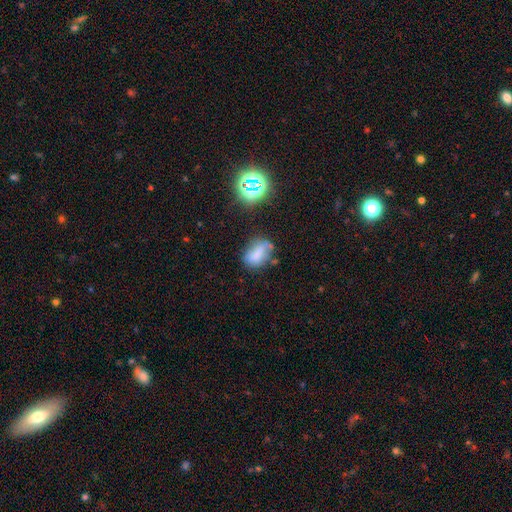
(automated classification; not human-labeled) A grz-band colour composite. It shows a smooth galaxy with no disk features (67%) that is in between round and cigar-shaped (82%). Merging: none (47%).